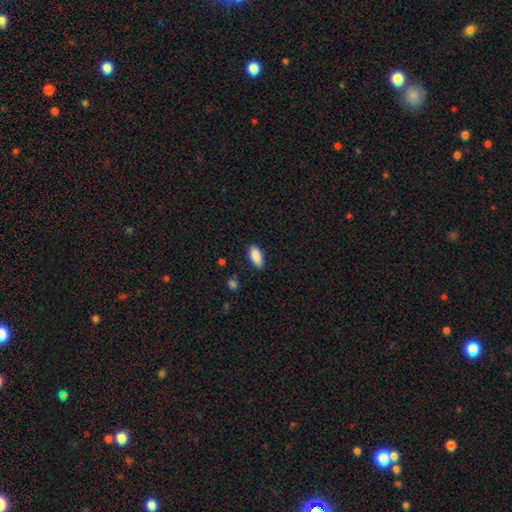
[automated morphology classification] Smooth or featured?
  - smooth: 88% *
  - star or artifact: 7%
  - featured or disk: 5%
How rounded?
  - in between: 87% *
  - cigar-shaped: 11%
  - round: 2%
Merging?
  - none: 82% *
  - minor disturbance: 14%
  - major disturbance: 2%
  - merger: 1%